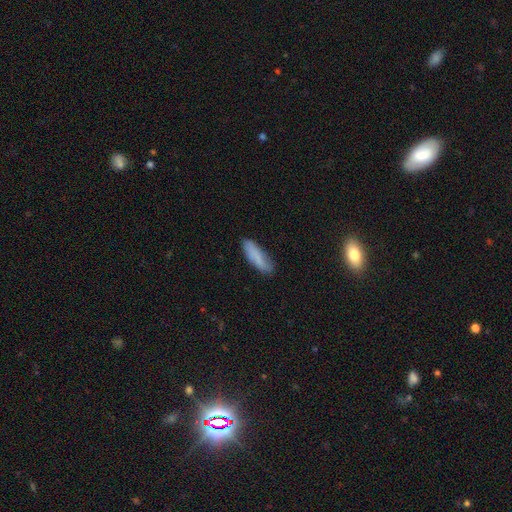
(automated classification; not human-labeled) Morphology: type=smooth (80%); roundness=cigar-shaped (54%); merging=none (75%).